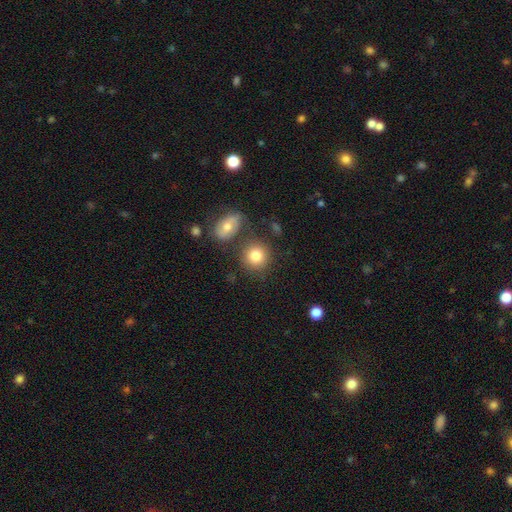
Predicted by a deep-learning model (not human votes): This is clearly a smooth galaxy (82%). How rounded: clearly round (84%). Merging: likely none (73%).